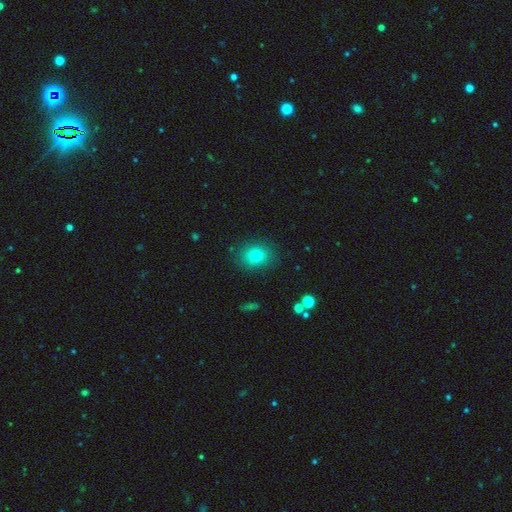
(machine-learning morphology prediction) This is likely a smooth galaxy (78%). How rounded: possibly round (57%). Merging: clearly none (86%).